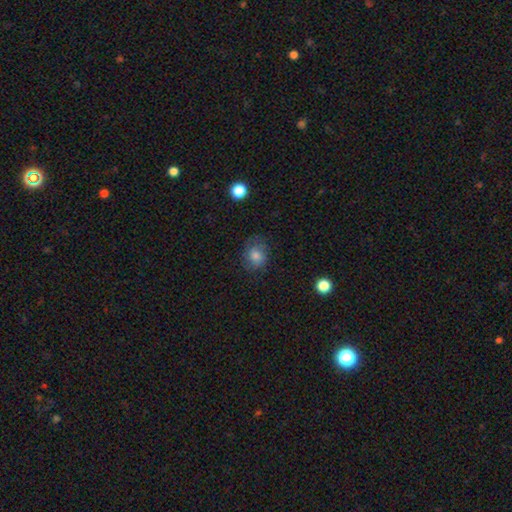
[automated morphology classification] This appears to be a smooth galaxy with no disk features (72%) that is round (65%). Merging: none (70%).